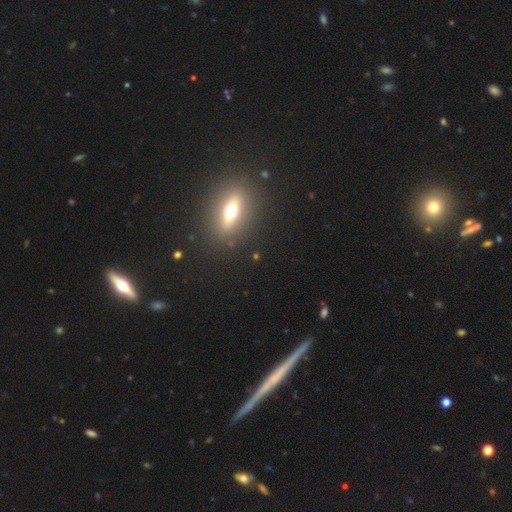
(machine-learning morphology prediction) featured or disk 41%, smooth 39%, star or artifact 20%. Down the decision tree: merging — none (88%).